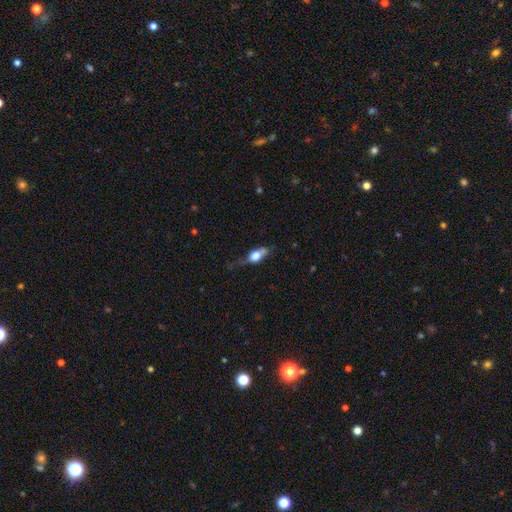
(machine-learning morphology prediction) smooth-or-featured: smooth: 61% | featured or disk: 31% | star or artifact: 8%
  how-rounded: in between: 69% | cigar-shaped: 19% | round: 12%
  merging: none: 45% | minor disturbance: 32% | major disturbance: 19% | merger: 4%